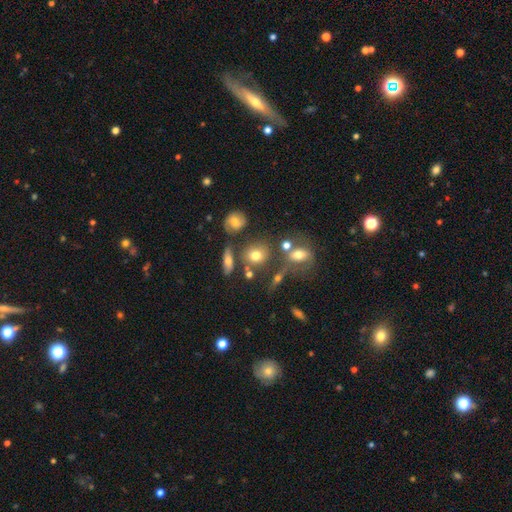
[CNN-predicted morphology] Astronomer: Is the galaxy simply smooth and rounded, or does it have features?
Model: smooth — 68%.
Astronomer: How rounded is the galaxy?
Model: round — 65%.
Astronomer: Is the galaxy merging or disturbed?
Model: none — 62%.